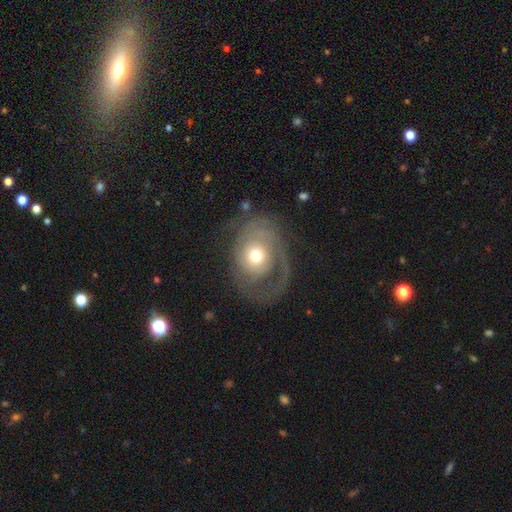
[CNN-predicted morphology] smooth_or_featured: featured or disk (p=0.65) [alt: smooth p=0.28]
disk_edge_on: no (p=0.95) [alt: yes p=0.05]
bar: no (p=0.81) [alt: weak p=0.15]
has_spiral_arms: yes (p=0.74) [alt: no p=0.26]
bulge_size: moderate (p=0.61) [alt: small p=0.28]
merging: none (p=0.48) [alt: major disturbance p=0.30]